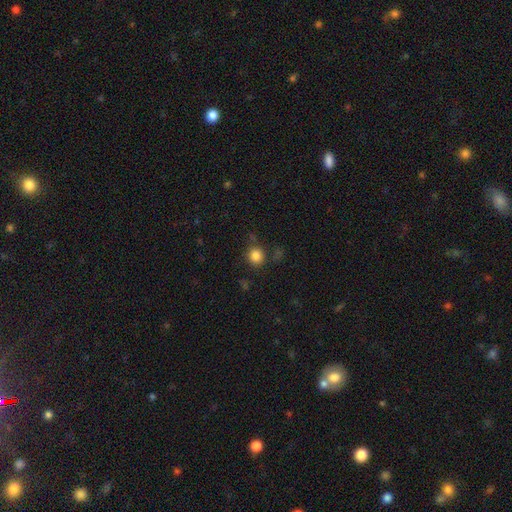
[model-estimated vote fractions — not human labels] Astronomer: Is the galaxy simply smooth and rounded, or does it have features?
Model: smooth — 84%.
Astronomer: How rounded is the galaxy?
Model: round — 90%.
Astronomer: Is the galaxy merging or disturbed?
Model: none — 81%.